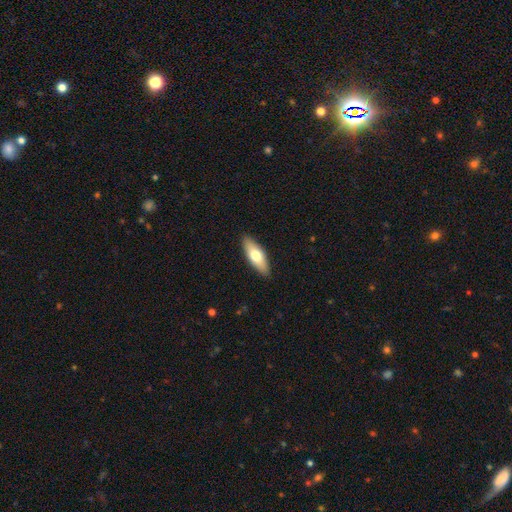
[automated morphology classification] smooth_or_featured: smooth (p=0.67) [alt: featured or disk p=0.28]
how_rounded: in between (p=0.68) [alt: cigar-shaped p=0.30]
merging: none (p=0.89) [alt: minor disturbance p=0.08]